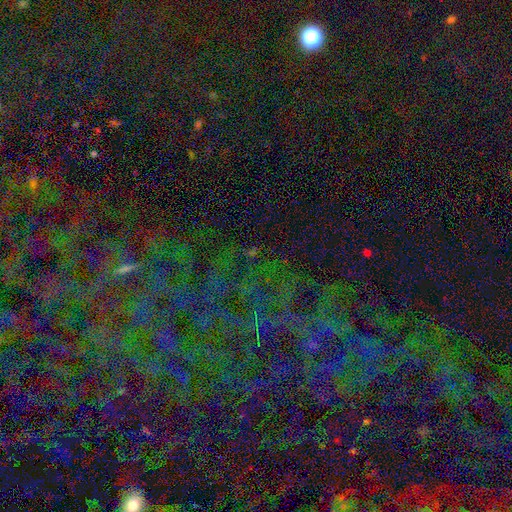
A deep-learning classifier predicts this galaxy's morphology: This appears to be a star or artifact, not a galaxy (78%).